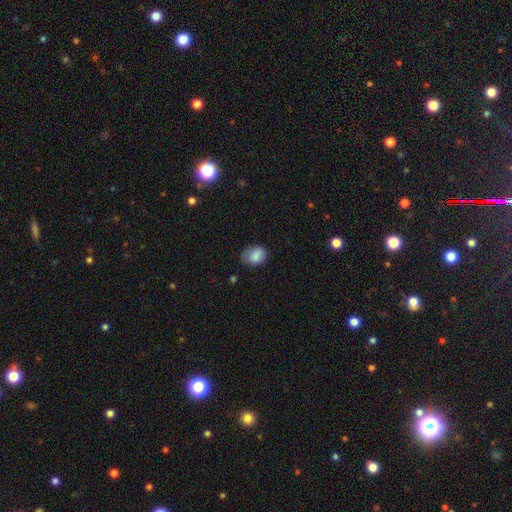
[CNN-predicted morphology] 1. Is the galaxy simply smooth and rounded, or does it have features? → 85% smooth, 8% star or artifact, 7% featured or disk.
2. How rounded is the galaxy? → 63% in between, 36% round, 1% cigar-shaped.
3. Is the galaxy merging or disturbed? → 63% none, 29% minor disturbance, 6% major disturbance, 1% merger.